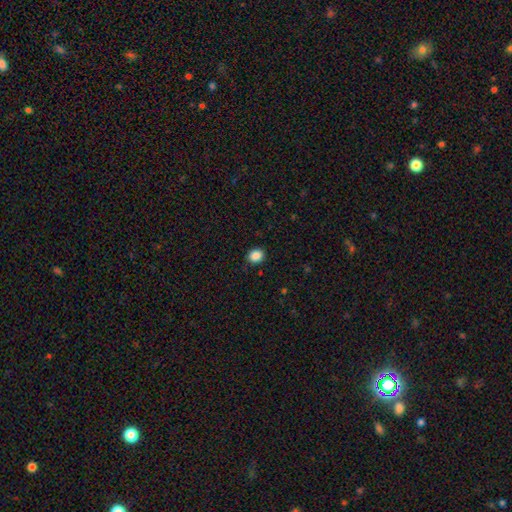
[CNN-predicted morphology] A smooth galaxy with no disk features (88%) that is round (64%).

Vote fractions:
- Smooth or featured? smooth: 88% / star or artifact: 10% / featured or disk: 3%
- How rounded? round: 64% / in between: 35% / cigar-shaped: 1%
- Merging? none: 88% / minor disturbance: 9% / major disturbance: 2% / merger: 1%